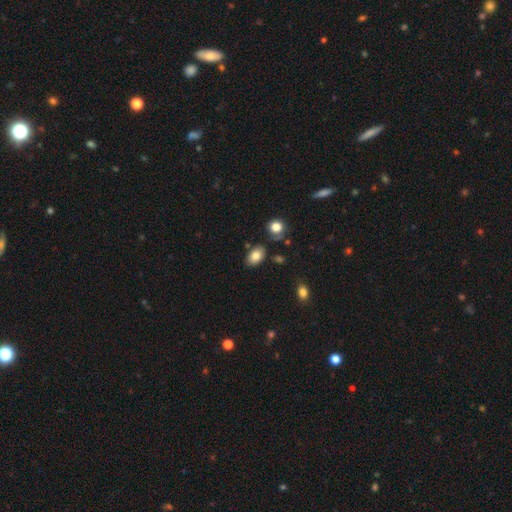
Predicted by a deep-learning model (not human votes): smooth-or-featured: smooth: 84% | featured or disk: 8% | star or artifact: 8%
  how-rounded: in between: 88% | round: 10% | cigar-shaped: 1%
  merging: none: 80% | minor disturbance: 13% | merger: 5% | major disturbance: 3%